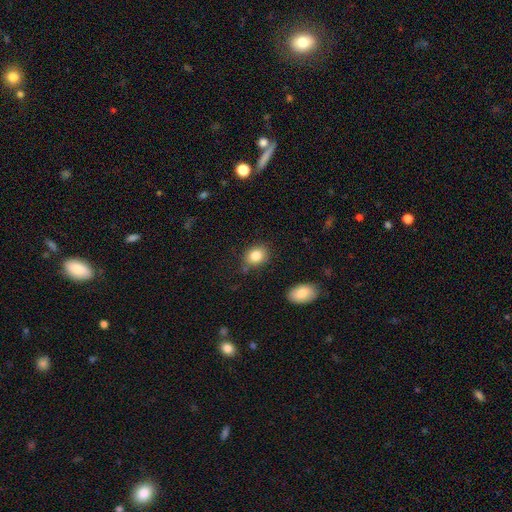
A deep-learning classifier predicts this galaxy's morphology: smooth 84%, star or artifact 9%, featured or disk 7%. Down the decision tree: how rounded — in between (56%); merging — none (79%).